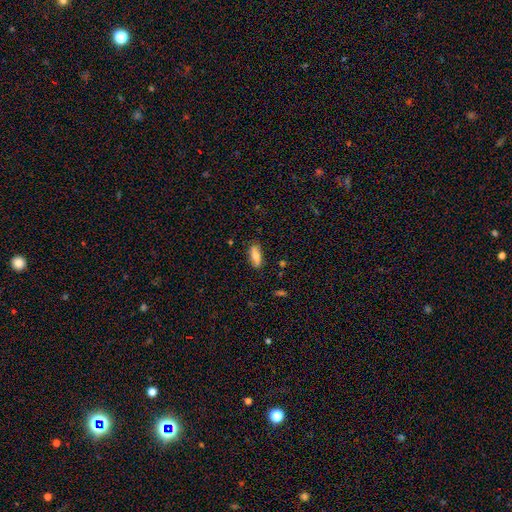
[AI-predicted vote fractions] Overall: smooth (72%). How rounded: in between (73%). Merging: none (83%).